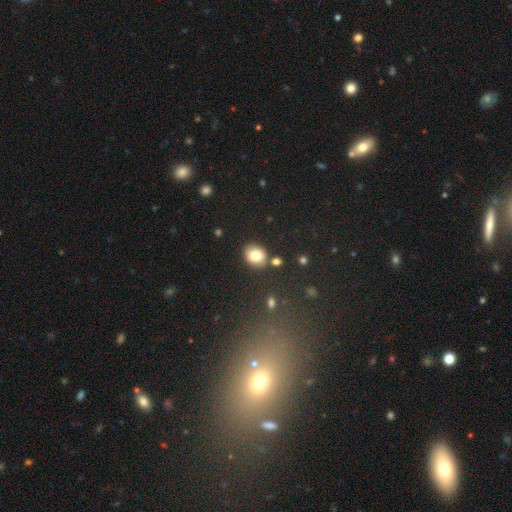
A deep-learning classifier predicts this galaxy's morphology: smooth_or_featured: smooth (p=0.81) [alt: star or artifact p=0.10]
how_rounded: round (p=0.58) [alt: in between p=0.41]
merging: none (p=0.80) [alt: minor disturbance p=0.10]